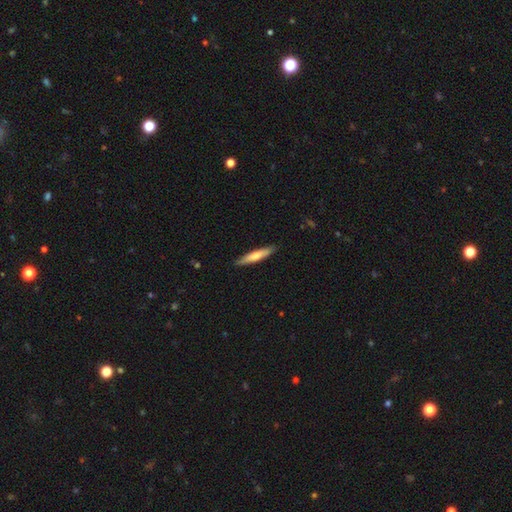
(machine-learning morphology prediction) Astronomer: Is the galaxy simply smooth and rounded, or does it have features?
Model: smooth — 63%.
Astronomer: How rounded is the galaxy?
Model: cigar-shaped — 89%.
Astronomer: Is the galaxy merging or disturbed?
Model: none — 89%.